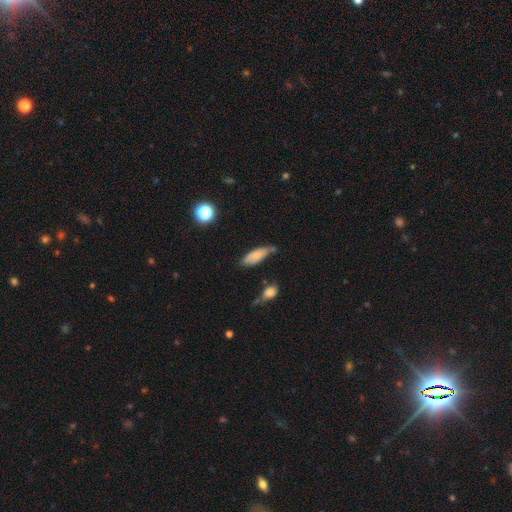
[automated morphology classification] Overall: smooth (76%). How rounded: in between (72%). Merging: none (54%; minor disturbance 30%).